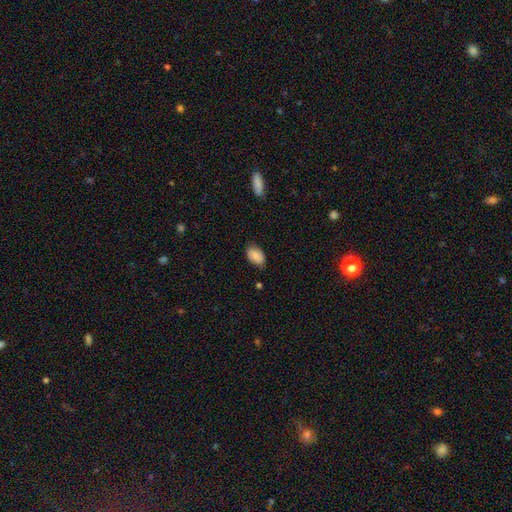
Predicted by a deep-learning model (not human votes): This is clearly a smooth galaxy (86%). How rounded: clearly in between (92%). Merging: likely none (77%).